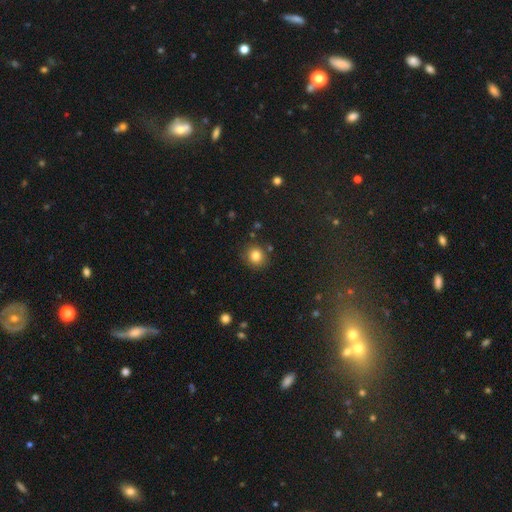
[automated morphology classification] type=smooth (82%); roundness=round (88%); merging=none (85%).